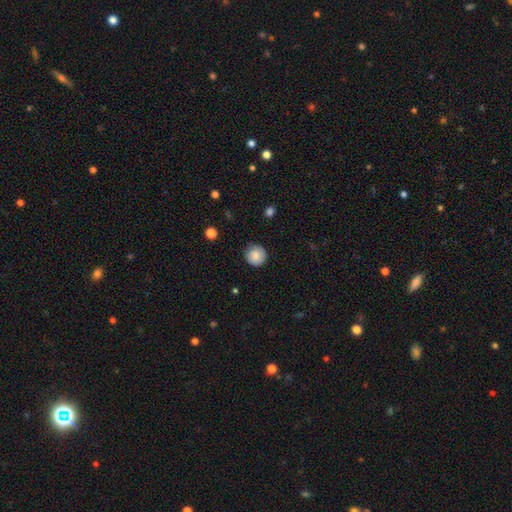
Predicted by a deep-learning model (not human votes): Smooth or featured?
  - smooth: 82% *
  - featured or disk: 10%
  - star or artifact: 8%
How rounded?
  - round: 93% *
  - in between: 6%
  - cigar-shaped: 1%
Merging?
  - none: 78% *
  - minor disturbance: 18%
  - major disturbance: 3%
  - merger: 1%